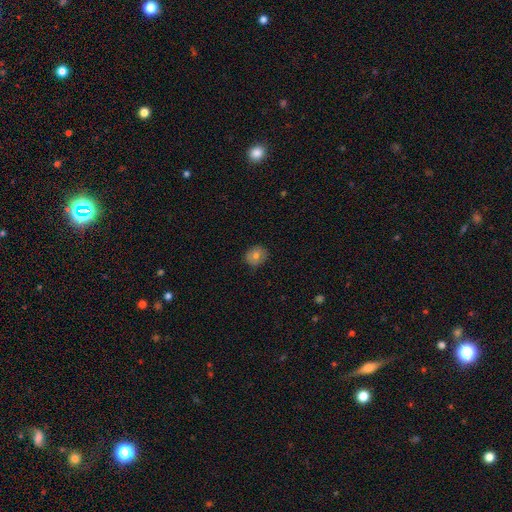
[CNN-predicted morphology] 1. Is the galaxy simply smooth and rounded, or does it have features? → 73% smooth, 18% featured or disk, 9% star or artifact.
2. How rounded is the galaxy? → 73% round, 26% in between, 1% cigar-shaped.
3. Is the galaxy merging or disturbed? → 83% none, 13% minor disturbance, 2% major disturbance, 1% merger.